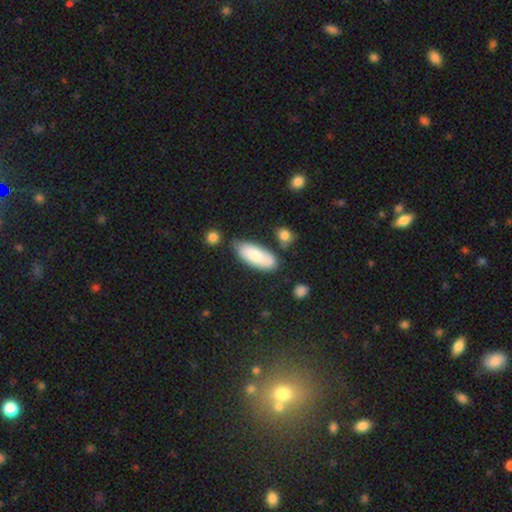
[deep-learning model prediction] A smooth galaxy with no disk features (75%) that is in between round and cigar-shaped (83%). Merging: none (66%).